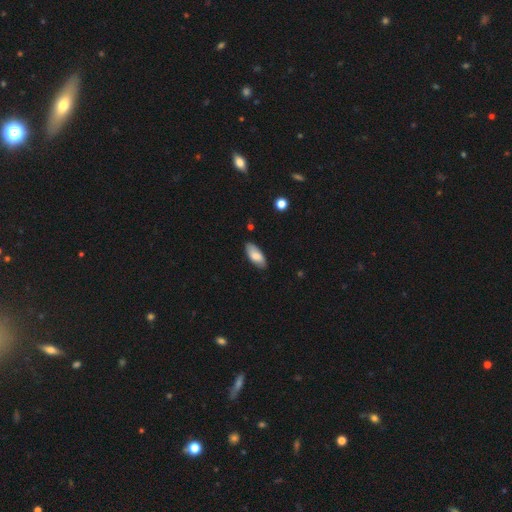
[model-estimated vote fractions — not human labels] Morphology: type=smooth (78%); roundness=in between (88%); merging=none (82%).